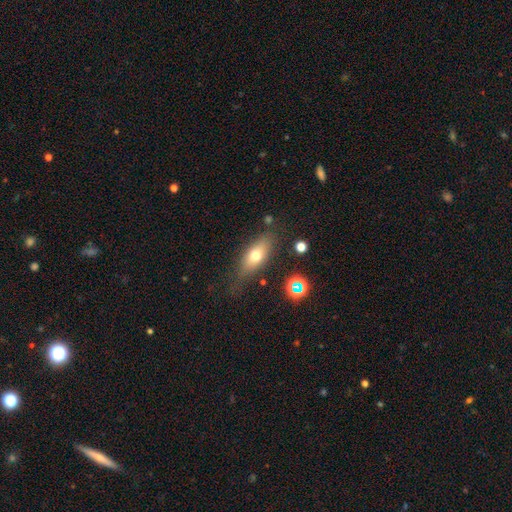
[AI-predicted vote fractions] Morphology: type=smooth (67%); roundness=in between (75%); merging=none (71%).